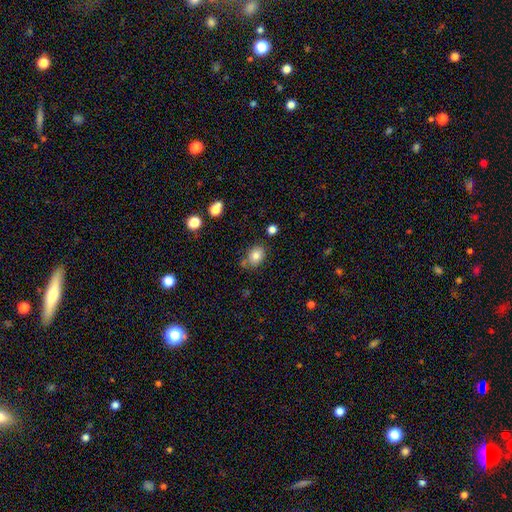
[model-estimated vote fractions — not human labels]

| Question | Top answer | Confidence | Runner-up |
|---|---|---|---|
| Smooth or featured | smooth | 83% | star or artifact (10%) |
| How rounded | in between | 67% | round (32%) |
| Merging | none | 75% | minor disturbance (15%) |